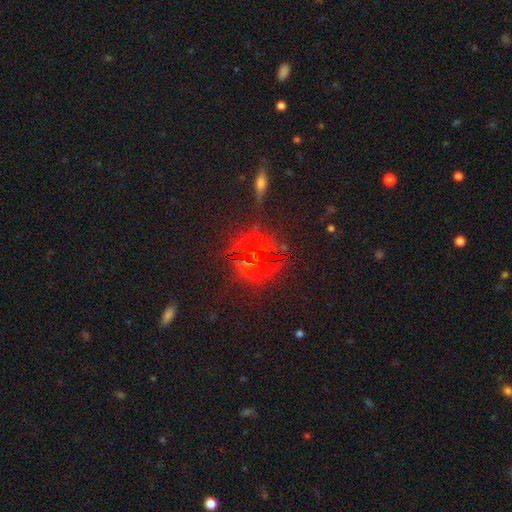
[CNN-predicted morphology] Overall: star or artifact (75%).